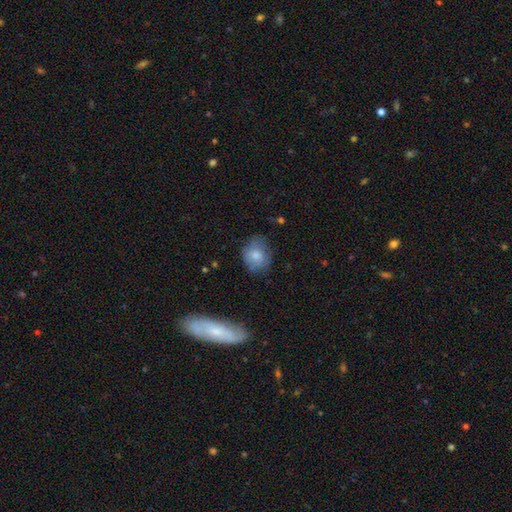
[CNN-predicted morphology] This is likely a smooth galaxy (78%). How rounded: likely round (62%). Merging: likely none (63%).